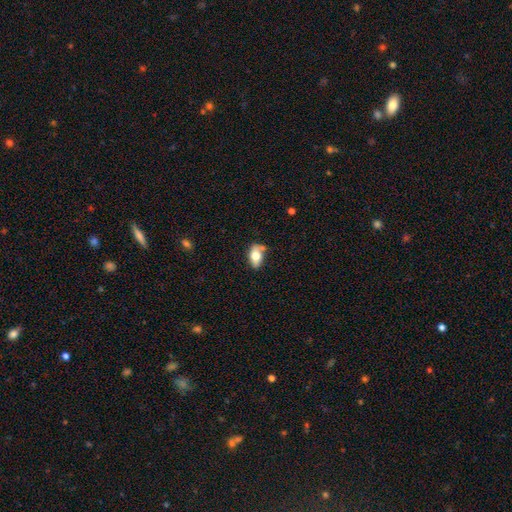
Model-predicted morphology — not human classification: A smooth galaxy with no disk features (70%) that is in between round and cigar-shaped (87%). Merging: none (48%).